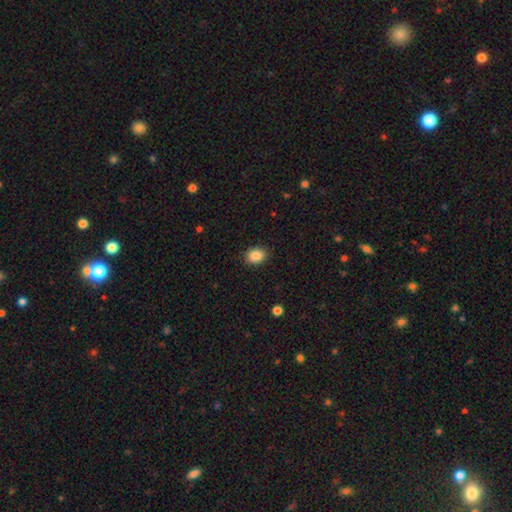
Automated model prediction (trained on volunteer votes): A smooth galaxy with no disk features (86%) that is in between round and cigar-shaped (54%).

Vote fractions:
- Smooth or featured? smooth: 86% / star or artifact: 9% / featured or disk: 4%
- How rounded? in between: 54% / round: 46% / cigar-shaped: 1%
- Merging? none: 88% / minor disturbance: 9% / major disturbance: 2% / merger: 1%